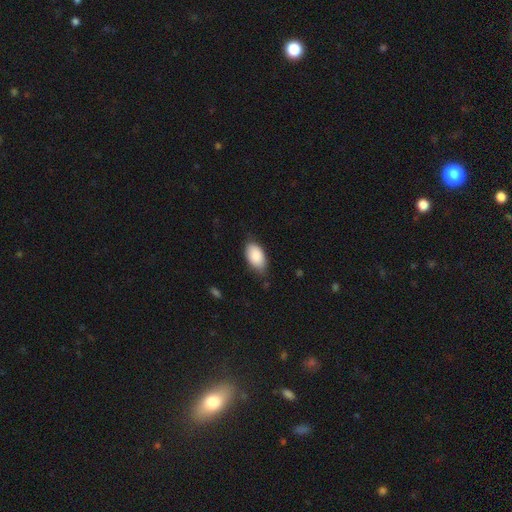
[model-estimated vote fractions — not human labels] A smooth galaxy with no disk features (88%) that is in between round and cigar-shaped (94%).

Vote fractions:
- Smooth or featured? smooth: 88% / star or artifact: 6% / featured or disk: 6%
- How rounded? in between: 94% / round: 4% / cigar-shaped: 2%
- Merging? none: 72% / minor disturbance: 23% / major disturbance: 4% / merger: 1%